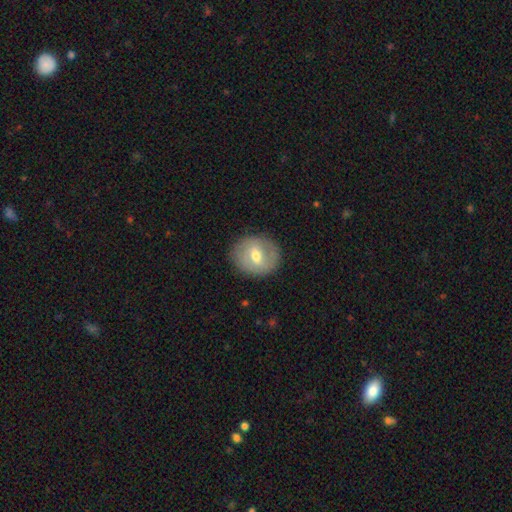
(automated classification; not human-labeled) Smooth or featured? Predicted: featured or disk (p=0.54). Edge-on disk? Predicted: no (p=0.96). Bar? Predicted: weak (p=0.54). Spiral arms? Predicted: yes (p=0.57). Bulge size? Predicted: moderate (p=0.70). Merging? Predicted: none (p=0.84).